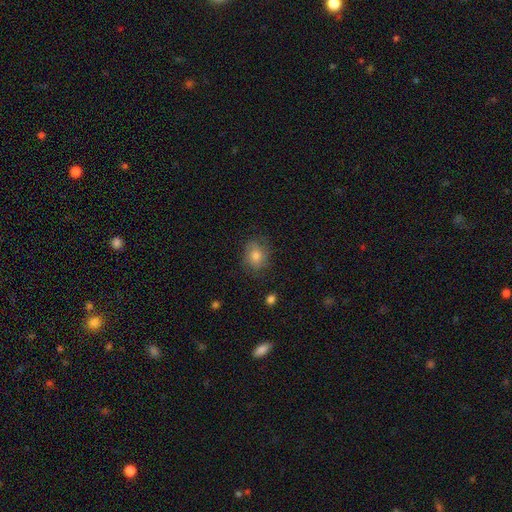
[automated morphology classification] The model was most divided on "how rounded": round: 61%, in between: 38%, cigar-shaped: 1%. More confident: merging — none (75%); smooth or featured — smooth (70%).